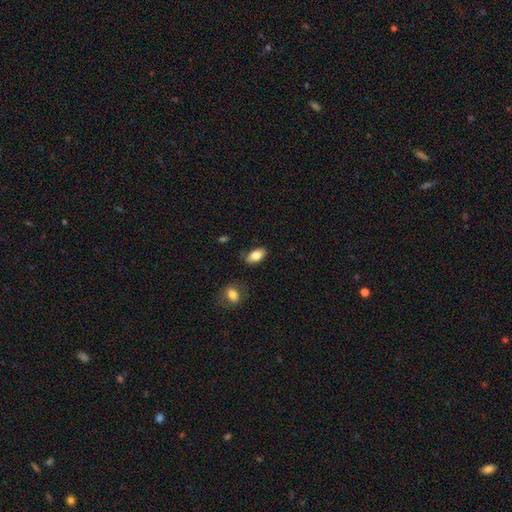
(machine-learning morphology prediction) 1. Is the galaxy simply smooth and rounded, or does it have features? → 80% smooth, 13% featured or disk, 7% star or artifact.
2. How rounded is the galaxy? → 90% in between, 6% cigar-shaped, 4% round.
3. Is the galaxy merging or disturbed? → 79% none, 15% minor disturbance, 3% major disturbance, 3% merger.